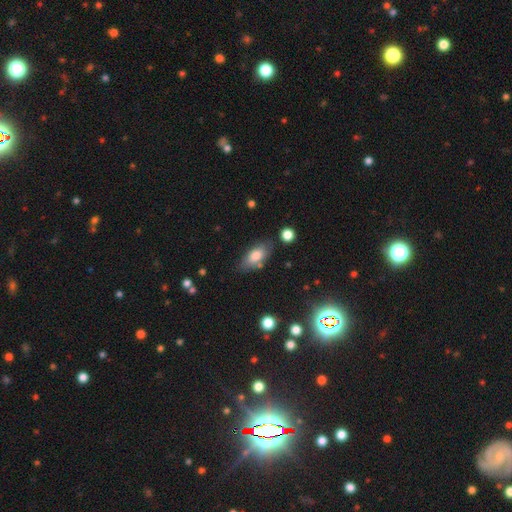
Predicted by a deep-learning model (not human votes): Smooth or featured: smooth — 78% (featured or disk — 14%)
How rounded: in between — 88% (cigar-shaped — 8%)
Merging: none — 70% (minor disturbance — 19%)